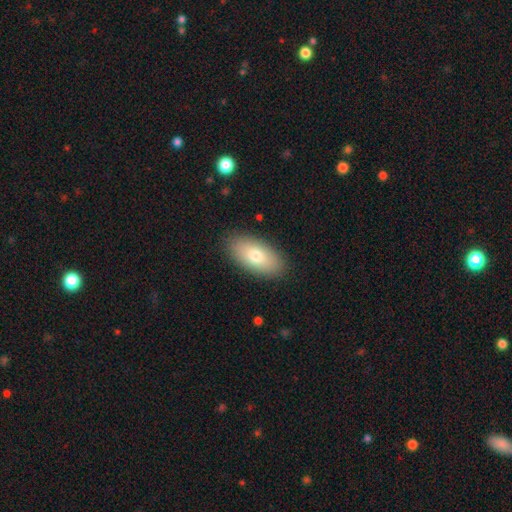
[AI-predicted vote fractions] smooth-or-featured: smooth: 75% | featured or disk: 18% | star or artifact: 7%
  how-rounded: in between: 92% | cigar-shaped: 5% | round: 3%
  merging: none: 88% | minor disturbance: 9% | major disturbance: 2% | merger: 1%